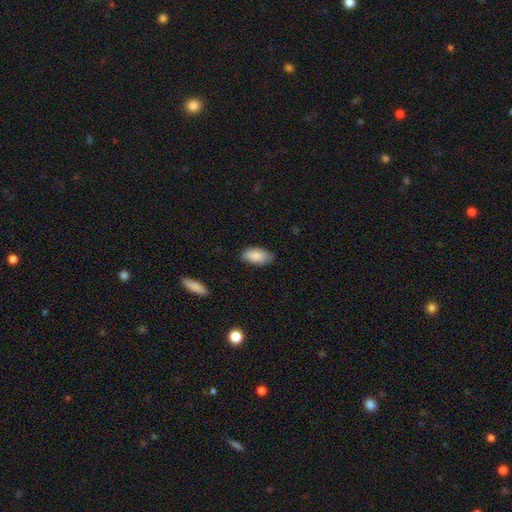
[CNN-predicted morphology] Smooth or featured?
  - smooth: 86% *
  - featured or disk: 8%
  - star or artifact: 6%
How rounded?
  - in between: 94% *
  - cigar-shaped: 4%
  - round: 2%
Merging?
  - none: 80% *
  - minor disturbance: 17%
  - major disturbance: 3%
  - merger: 1%